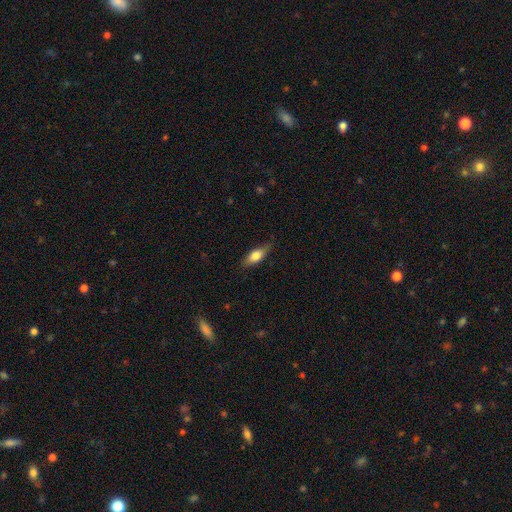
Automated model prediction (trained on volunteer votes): Smooth or featured?
  - smooth: 71% *
  - featured or disk: 23%
  - star or artifact: 7%
How rounded?
  - in between: 71% *
  - cigar-shaped: 26%
  - round: 4%
Merging?
  - none: 76% *
  - minor disturbance: 19%
  - major disturbance: 4%
  - merger: 1%